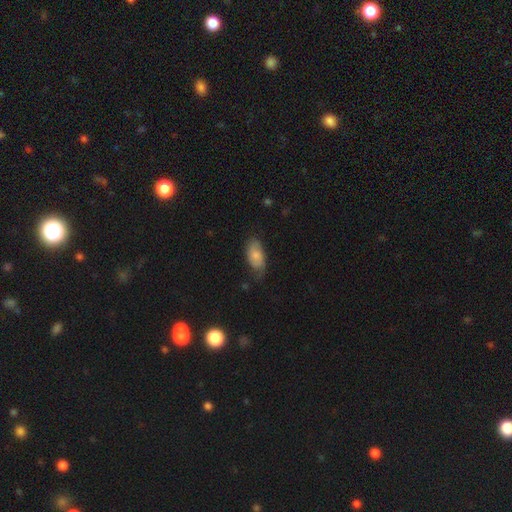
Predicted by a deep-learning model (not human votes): A smooth galaxy with no disk features (72%) that is in between round and cigar-shaped (92%).

Vote fractions:
- Smooth or featured? smooth: 72% / featured or disk: 22% / star or artifact: 6%
- How rounded? in between: 92% / cigar-shaped: 5% / round: 3%
- Merging? none: 62% / minor disturbance: 29% / major disturbance: 8% / merger: 2%